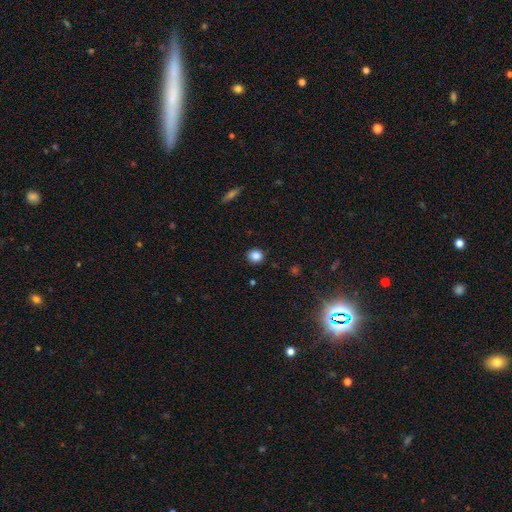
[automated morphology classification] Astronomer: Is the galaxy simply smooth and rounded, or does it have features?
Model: smooth — 85%.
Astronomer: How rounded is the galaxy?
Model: round — 84%.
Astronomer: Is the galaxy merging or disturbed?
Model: none — 90%.